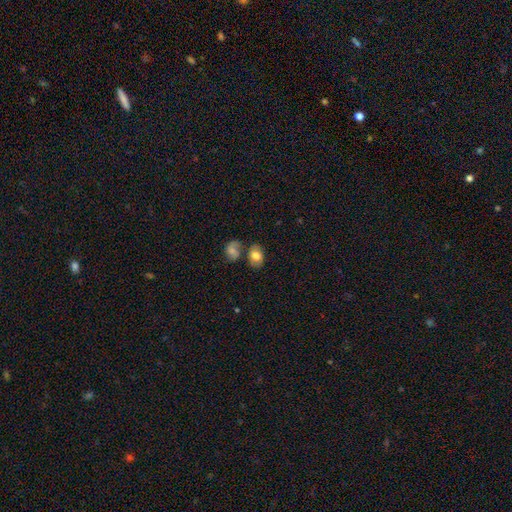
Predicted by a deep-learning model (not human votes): smooth-or-featured: smooth: 71% | featured or disk: 21% | star or artifact: 8%
  how-rounded: in between: 72% | round: 27% | cigar-shaped: 1%
  merging: none: 52% | merger: 24% | minor disturbance: 17% | major disturbance: 7%